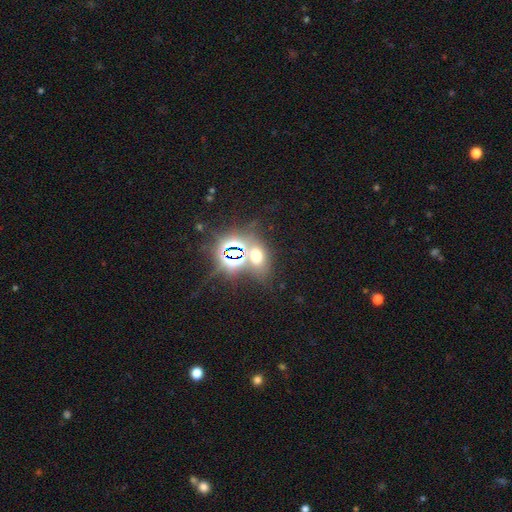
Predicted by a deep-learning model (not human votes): Smooth or featured: star or artifact — 48% (smooth — 42%)